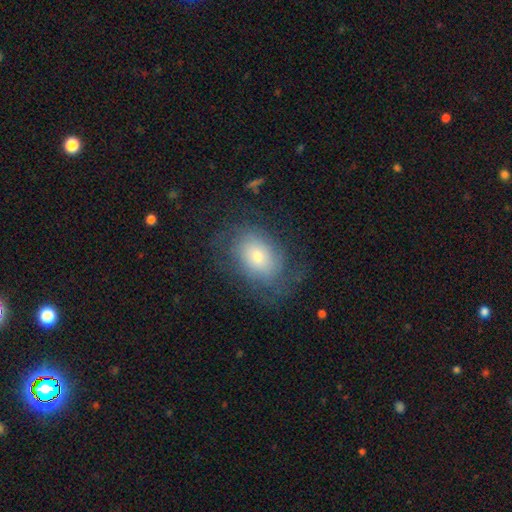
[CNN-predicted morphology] The model was most divided on "smooth or featured": featured or disk: 46%, smooth: 45%, star or artifact: 10%. More confident: merging — none (63%).